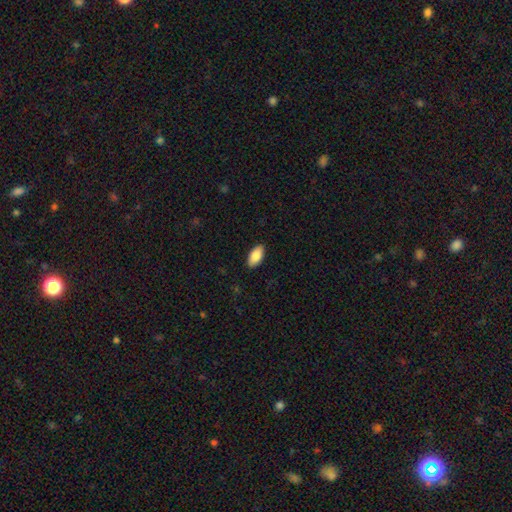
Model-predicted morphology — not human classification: type=smooth (87%); roundness=in between (94%); merging=none (89%).